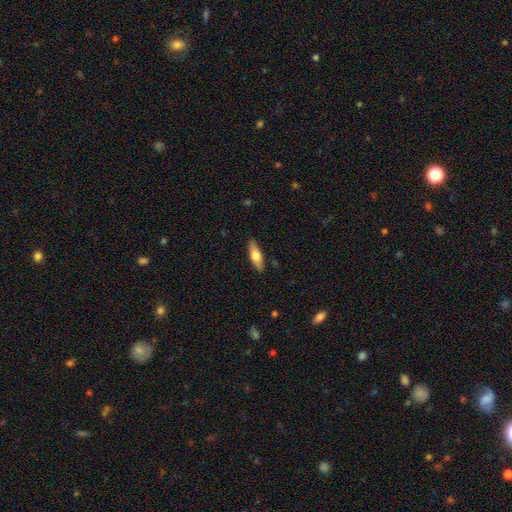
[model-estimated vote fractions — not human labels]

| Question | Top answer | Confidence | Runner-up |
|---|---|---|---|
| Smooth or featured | smooth | 62% | featured or disk (33%) |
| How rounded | in between | 53% | cigar-shaped (44%) |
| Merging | none | 87% | minor disturbance (9%) |